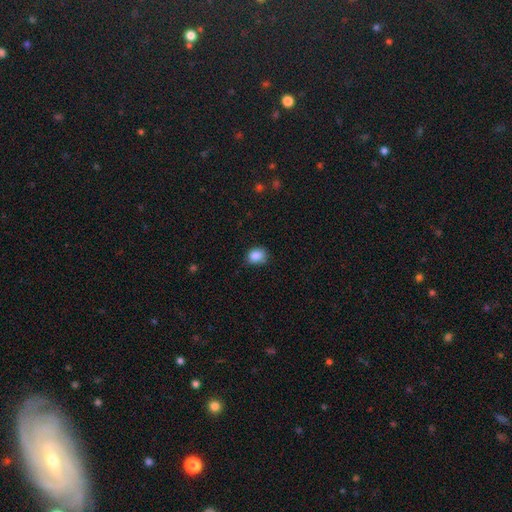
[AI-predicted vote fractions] A smooth galaxy with no disk features (87%) that is in between round and cigar-shaped (53%).

Vote fractions:
- Smooth or featured? smooth: 87% / star or artifact: 9% / featured or disk: 4%
- How rounded? in between: 53% / round: 46% / cigar-shaped: 1%
- Merging? none: 72% / minor disturbance: 23% / major disturbance: 4% / merger: 1%